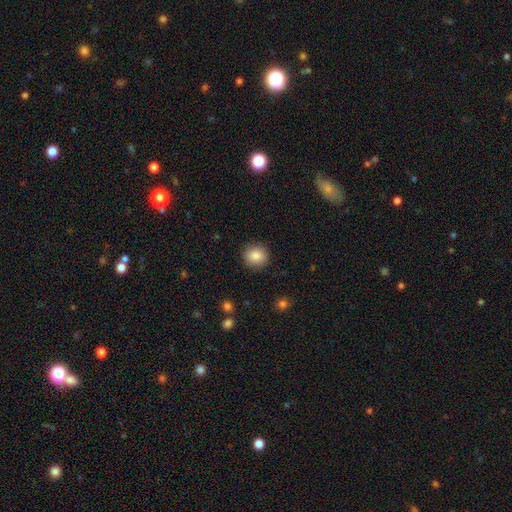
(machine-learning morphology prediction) Smooth or featured? smooth (86%)
How rounded? round (90%)
Merging? none (90%)